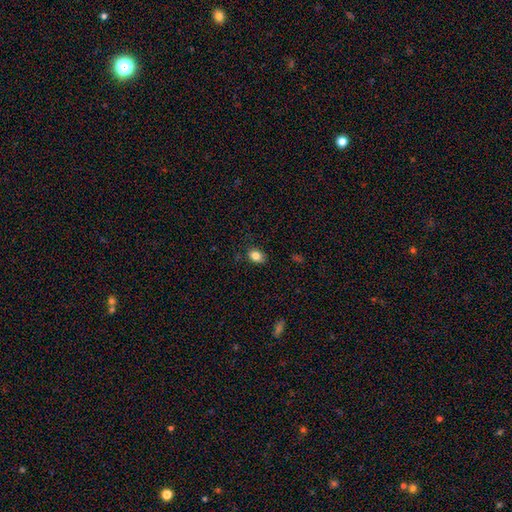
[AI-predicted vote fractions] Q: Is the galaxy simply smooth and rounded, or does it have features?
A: smooth — 82%.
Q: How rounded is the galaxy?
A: in between — 73%.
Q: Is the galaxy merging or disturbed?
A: none — 81%.